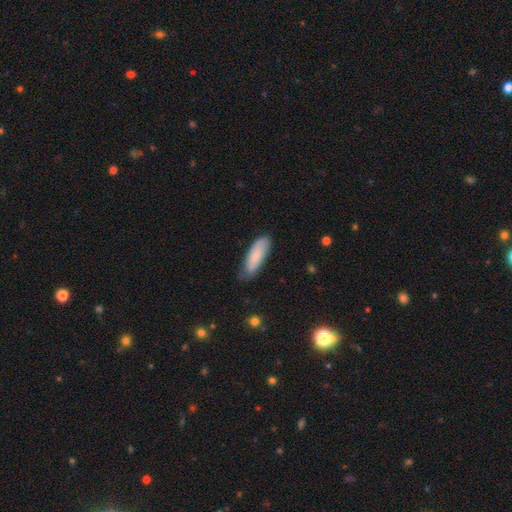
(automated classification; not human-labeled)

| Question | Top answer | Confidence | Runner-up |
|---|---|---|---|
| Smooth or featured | smooth | 81% | featured or disk (13%) |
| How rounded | in between | 53% | cigar-shaped (46%) |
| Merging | none | 66% | minor disturbance (27%) |